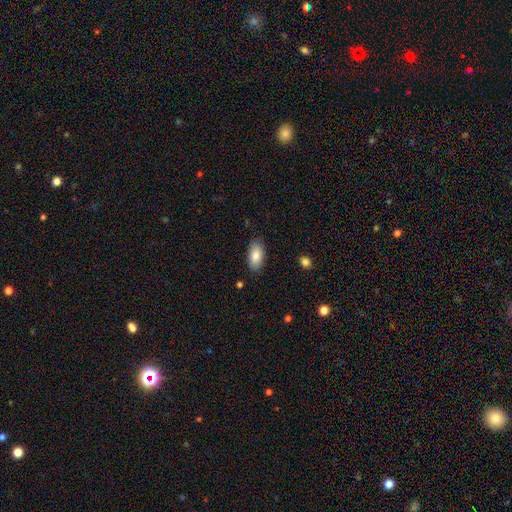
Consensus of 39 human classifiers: Morphology: type=smooth (85%); roundness=in between (88%); merging=none (81%).